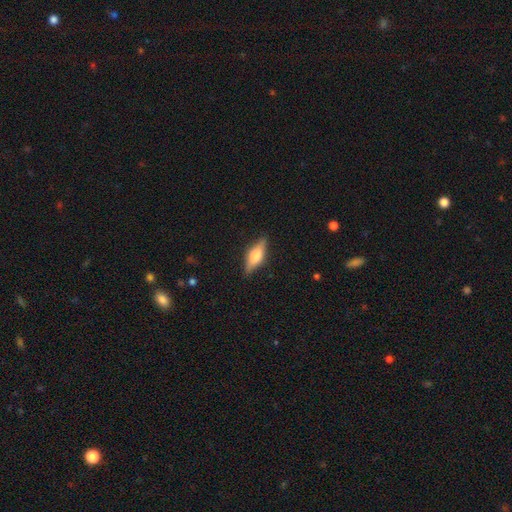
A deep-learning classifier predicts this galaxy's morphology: The model was most divided on "smooth or featured": featured or disk: 48%, smooth: 45%, star or artifact: 7%. More confident: merging — none (85%).